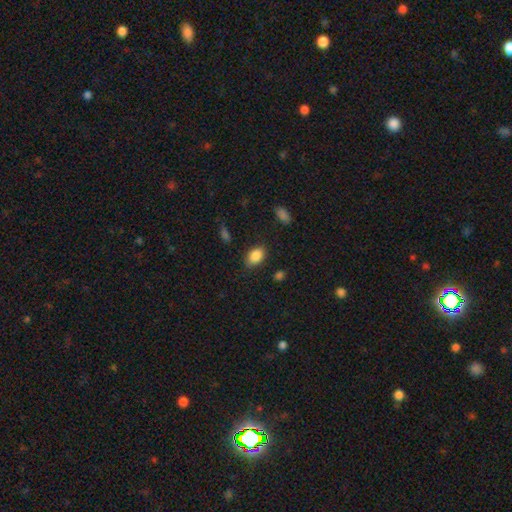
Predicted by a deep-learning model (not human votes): smooth_or_featured: smooth (p=0.87) [alt: star or artifact p=0.08]
how_rounded: in between (p=0.85) [alt: round p=0.14]
merging: none (p=0.79) [alt: minor disturbance p=0.15]